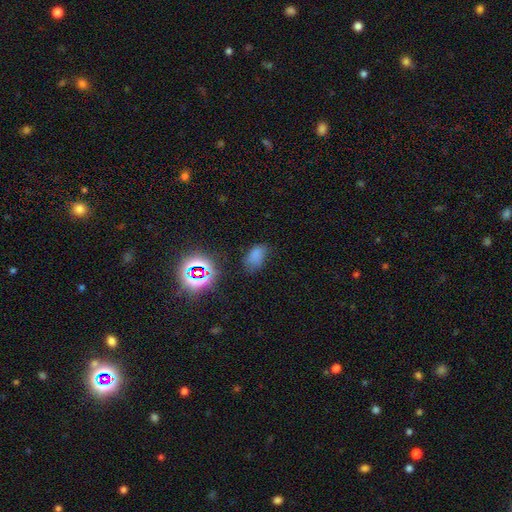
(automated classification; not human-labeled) This is likely a smooth galaxy (67%). How rounded: clearly in between (88%). Merging: possibly none (58%).